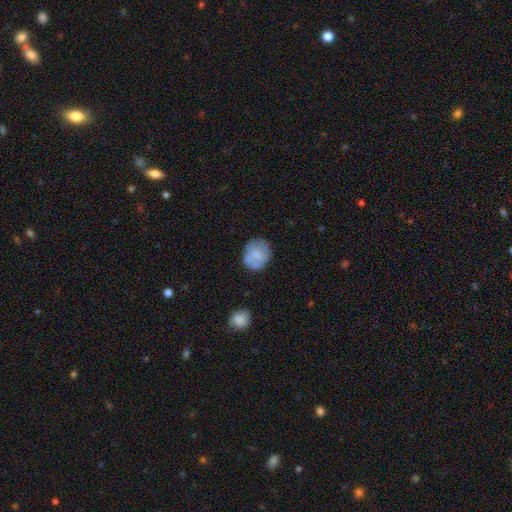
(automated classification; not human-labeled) smooth_or_featured: smooth (p=0.65) [alt: featured or disk p=0.27]
how_rounded: round (p=0.65) [alt: in between p=0.34]
merging: none (p=0.66) [alt: minor disturbance p=0.22]